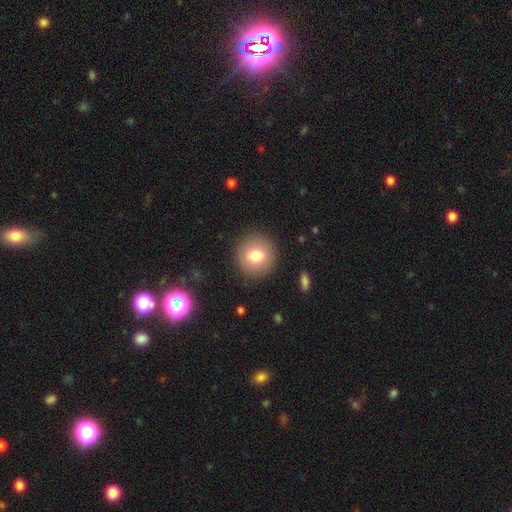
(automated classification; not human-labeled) smooth-or-featured: smooth: 77% | featured or disk: 14% | star or artifact: 10%
  how-rounded: round: 91% | in between: 8% | cigar-shaped: 1%
  merging: none: 88% | minor disturbance: 7% | major disturbance: 3% | merger: 1%